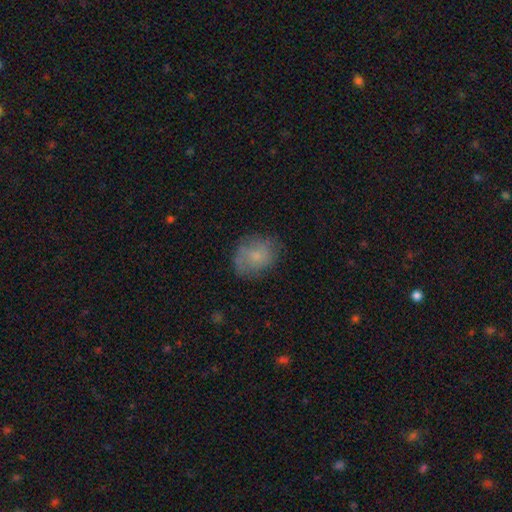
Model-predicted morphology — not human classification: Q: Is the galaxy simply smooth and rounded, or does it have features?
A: smooth — 69%.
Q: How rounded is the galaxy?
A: round — 55%.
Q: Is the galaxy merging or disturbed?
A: none — 67%.